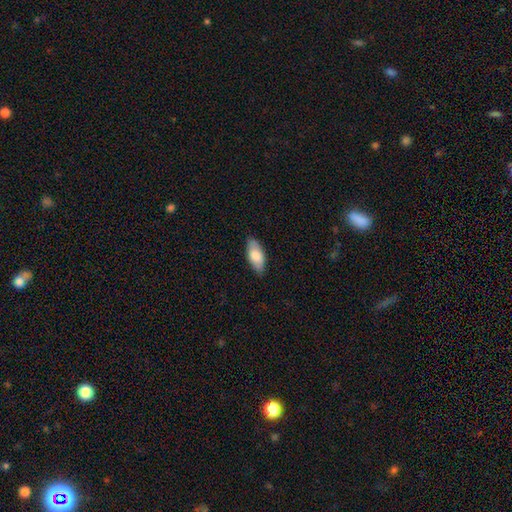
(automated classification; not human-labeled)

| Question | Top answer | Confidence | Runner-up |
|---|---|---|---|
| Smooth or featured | smooth | 79% | featured or disk (15%) |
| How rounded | in between | 87% | cigar-shaped (11%) |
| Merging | none | 82% | minor disturbance (14%) |